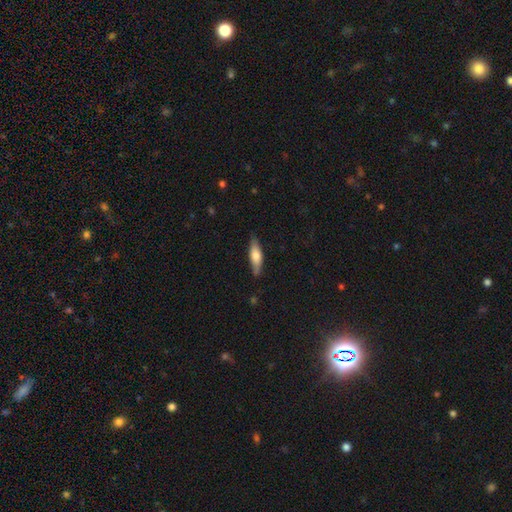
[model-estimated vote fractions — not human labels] smooth-or-featured: smooth: 64% | featured or disk: 30% | star or artifact: 6%
  how-rounded: cigar-shaped: 55% | in between: 43% | round: 2%
  merging: none: 80% | minor disturbance: 16% | major disturbance: 3% | merger: 1%